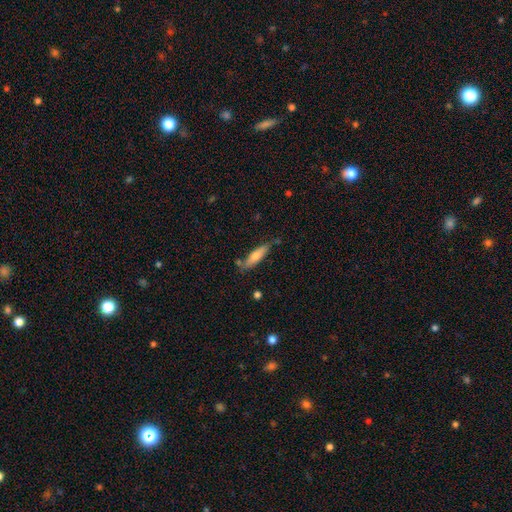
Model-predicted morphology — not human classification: Smooth or featured?
  - smooth: 68% *
  - featured or disk: 26%
  - star or artifact: 6%
How rounded?
  - cigar-shaped: 69% *
  - in between: 29%
  - round: 2%
Merging?
  - none: 73% *
  - minor disturbance: 17%
  - merger: 6%
  - major disturbance: 3%